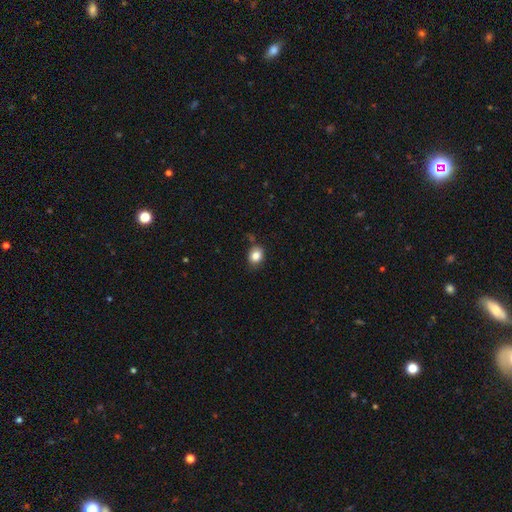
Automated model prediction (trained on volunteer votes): The model was most divided on "how rounded": round: 55%, in between: 44%, cigar-shaped: 1%. More confident: smooth or featured — smooth (85%); merging — none (78%).